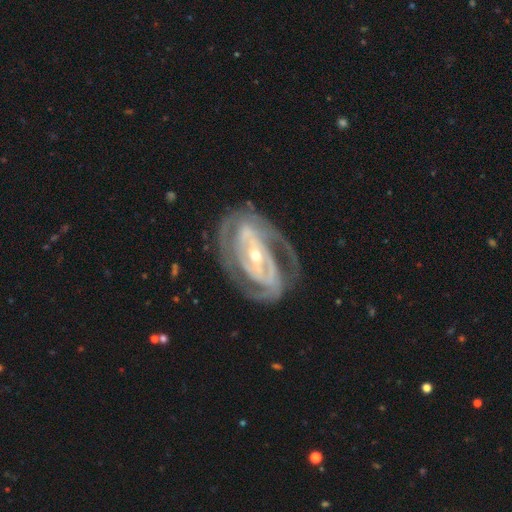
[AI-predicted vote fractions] Smooth or featured? Predicted: featured or disk (p=0.89). Edge-on disk? Predicted: no (p=0.95). Bar? Predicted: strong (p=0.50). Spiral arms? Predicted: yes (p=0.91). Spiral winding? Predicted: tight (p=0.58). Spiral arm count? Predicted: 2 (p=0.52). Bulge size? Predicted: small (p=0.65). Merging? Predicted: none (p=0.66).